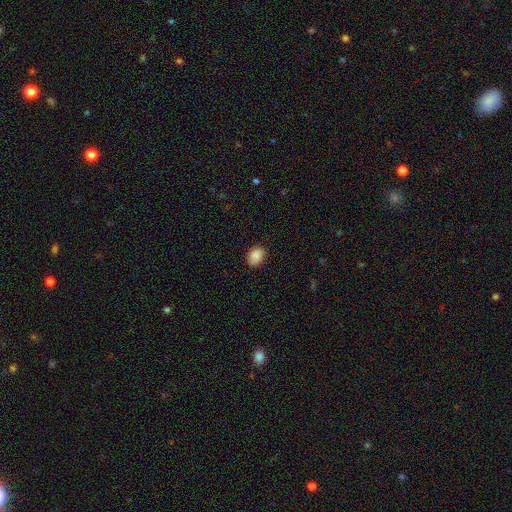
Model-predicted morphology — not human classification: Overall: smooth (87%). How rounded: in between (67%; round 32%). Merging: none (80%).